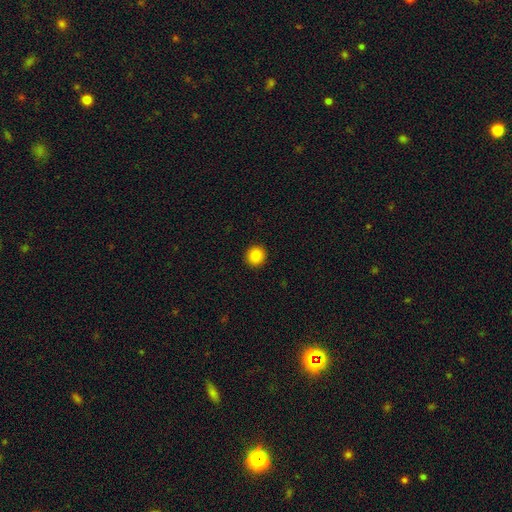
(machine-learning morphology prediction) The model was most divided on "smooth or featured": smooth: 86%, star or artifact: 10%, featured or disk: 4%. More confident: merging — none (93%); how rounded — round (91%).